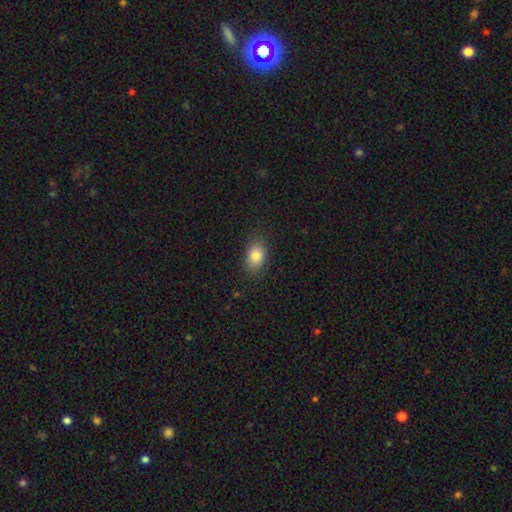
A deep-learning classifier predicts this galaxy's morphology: smooth_or_featured: smooth (p=0.84) [alt: star or artifact p=0.09]
how_rounded: in between (p=0.82) [alt: round p=0.16]
merging: none (p=0.84) [alt: minor disturbance p=0.12]